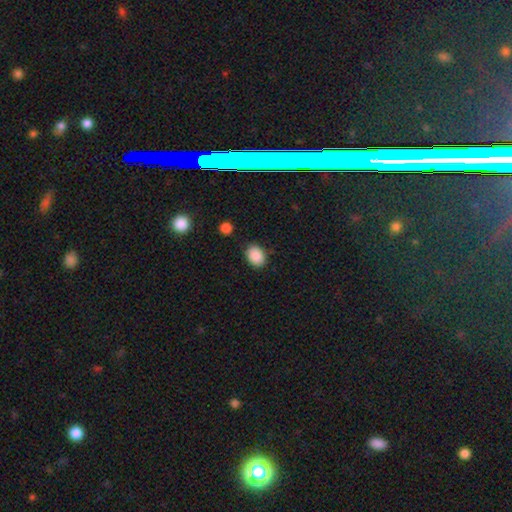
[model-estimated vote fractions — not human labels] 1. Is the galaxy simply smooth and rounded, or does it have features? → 89% smooth, 8% star or artifact, 3% featured or disk.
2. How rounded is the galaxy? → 70% in between, 30% round, 1% cigar-shaped.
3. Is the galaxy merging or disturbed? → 84% none, 11% minor disturbance, 3% major disturbance, 2% merger.